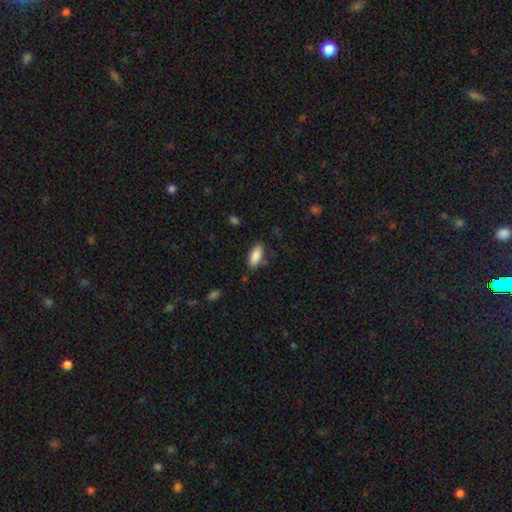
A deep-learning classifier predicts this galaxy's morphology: Smooth or featured: smooth — 87% (star or artifact — 7%)
How rounded: in between — 86% (cigar-shaped — 13%)
Merging: none — 78% (minor disturbance — 15%)